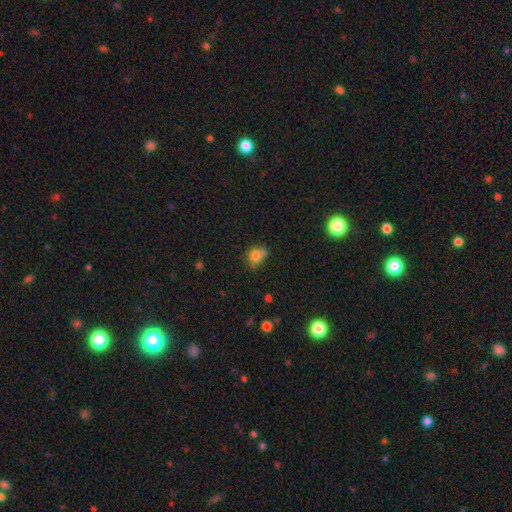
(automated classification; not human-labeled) A smooth galaxy with no disk features (76%) that is round (65%). Merging: none (45%).